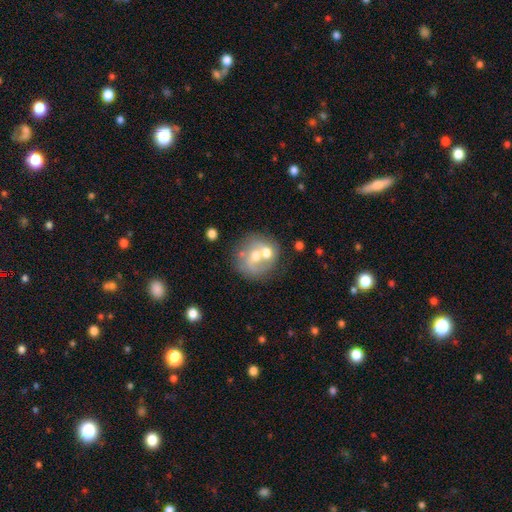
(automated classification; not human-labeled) Overall: featured or disk (47%; smooth 44%). Merging: merger (42%; none 40%).